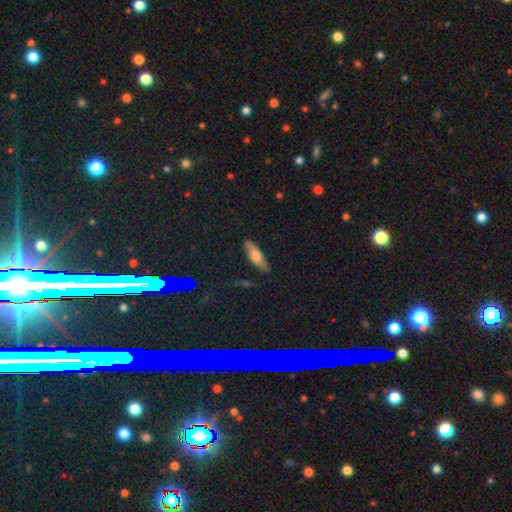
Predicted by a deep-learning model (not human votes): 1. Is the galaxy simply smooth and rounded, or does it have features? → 62% smooth, 30% featured or disk, 8% star or artifact.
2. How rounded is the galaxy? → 49% cigar-shaped, 48% in between, 2% round.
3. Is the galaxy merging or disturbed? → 80% none, 15% minor disturbance, 3% major disturbance, 2% merger.